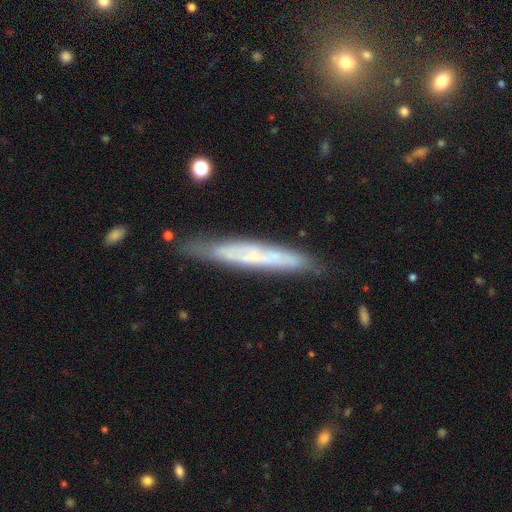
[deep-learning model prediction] A featured or disk galaxy (61%) viewed edge-on (77%). Merging: none (78%).